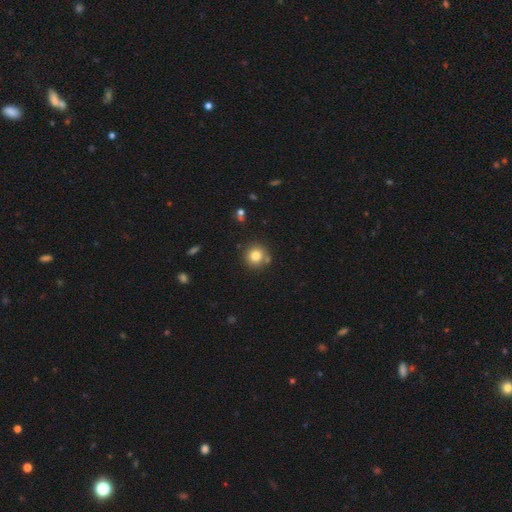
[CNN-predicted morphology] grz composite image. It shows a smooth galaxy with no disk features (80%) that is round (93%). Merging: none (80%).